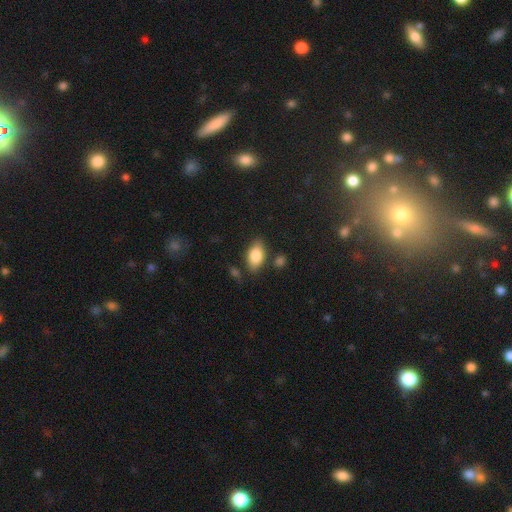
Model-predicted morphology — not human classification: Smooth or featured: smooth — 84% (featured or disk — 8%)
How rounded: in between — 91% (round — 6%)
Merging: none — 76% (minor disturbance — 15%)